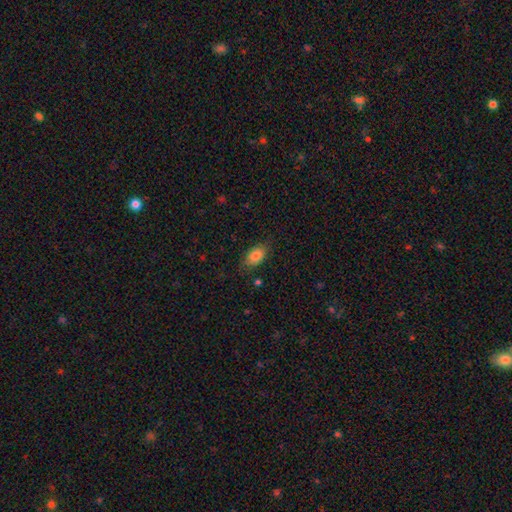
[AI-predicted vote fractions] smooth 82%, featured or disk 10%, star or artifact 8%. Down the decision tree: how rounded — in between (89%); merging — none (78%).